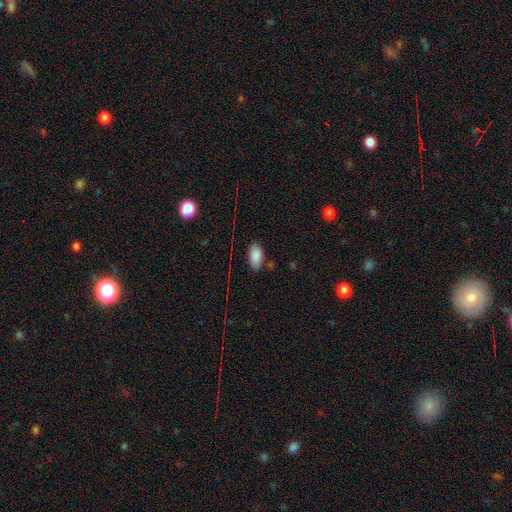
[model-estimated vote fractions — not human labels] A smooth galaxy with no disk features (86%) that is in between round and cigar-shaped (94%).

Vote fractions:
- Smooth or featured? smooth: 86% / star or artifact: 9% / featured or disk: 5%
- How rounded? in between: 94% / round: 3% / cigar-shaped: 3%
- Merging? none: 80% / minor disturbance: 15% / major disturbance: 3% / merger: 3%